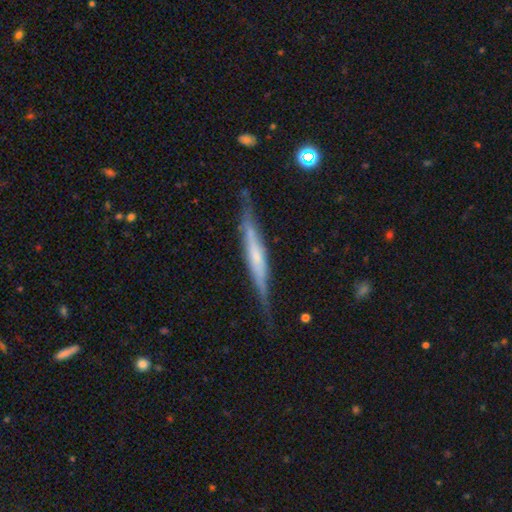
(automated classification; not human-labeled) Smooth or featured? Predicted: featured or disk (p=0.66). Edge-on disk? Predicted: yes (p=0.95). Edge-on bulge? Predicted: none (p=0.42). Merging? Predicted: none (p=0.78).